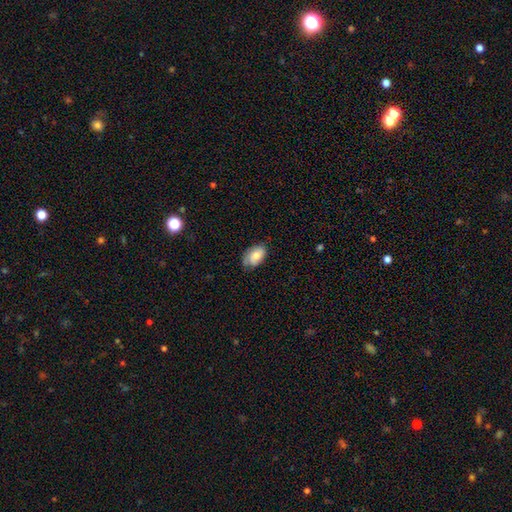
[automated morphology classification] This appears to be a smooth galaxy with no disk features (67%) that is in between round and cigar-shaped (89%). Merging: none (62%).